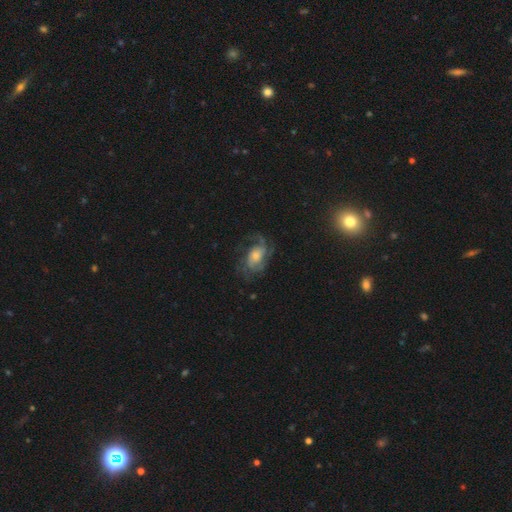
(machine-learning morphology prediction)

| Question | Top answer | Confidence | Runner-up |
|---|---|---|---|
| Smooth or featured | featured or disk | 78% | smooth (13%) |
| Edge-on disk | no | 97% | yes (3%) |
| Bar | no | 64% | weak (30%) |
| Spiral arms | yes | 93% | no (7%) |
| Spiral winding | medium | 47% | tight (30%) |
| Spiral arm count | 3 | 27% | tied: 2 (27%) |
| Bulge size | moderate | 50% | small (28%) |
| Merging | none | 63% | major disturbance (18%) |